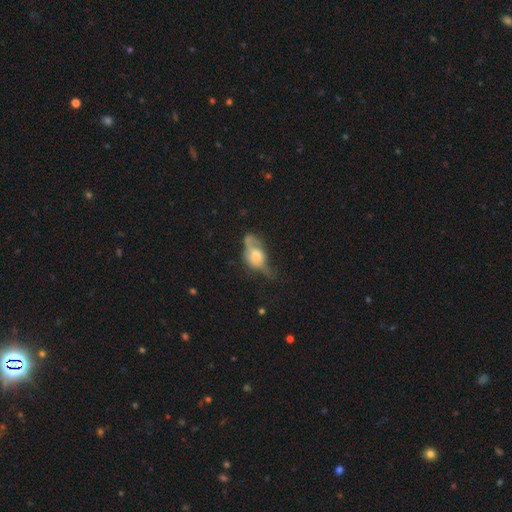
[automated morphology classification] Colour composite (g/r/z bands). It shows a smooth galaxy with no disk features (47%). Merging: major disturbance (36%).